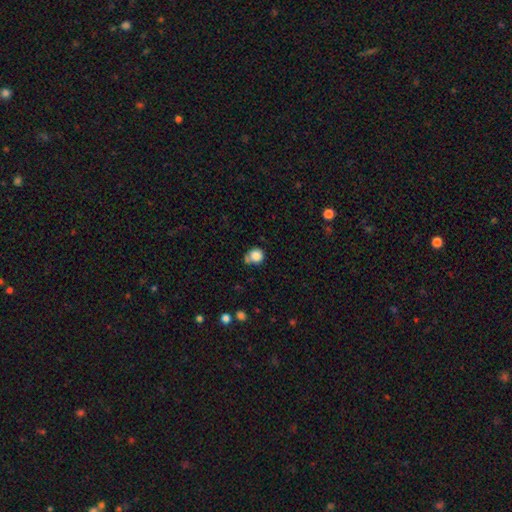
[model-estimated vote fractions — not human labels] Overall: smooth (85%). How rounded: round (84%). Merging: none (54%; minor disturbance 23%).